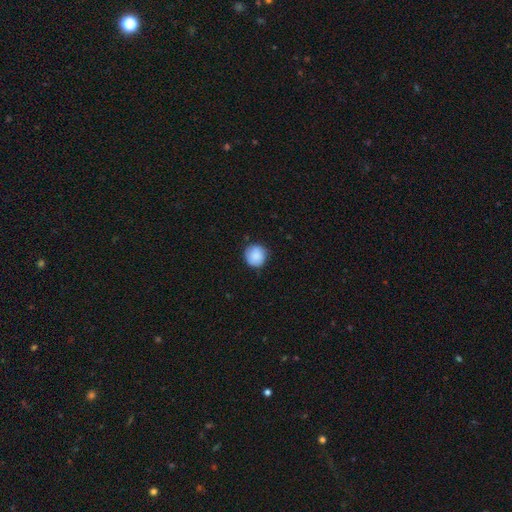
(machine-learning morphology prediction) This is clearly a smooth galaxy (86%). How rounded: clearly round (93%). Merging: clearly none (84%).